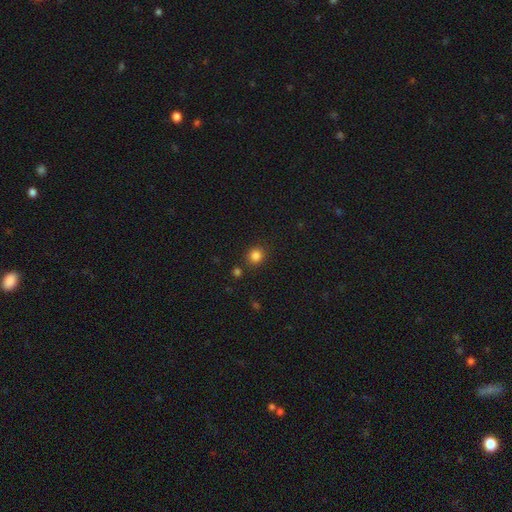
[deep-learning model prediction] smooth 84%, star or artifact 12%, featured or disk 4%. Down the decision tree: how rounded — round (84%); merging — none (85%).